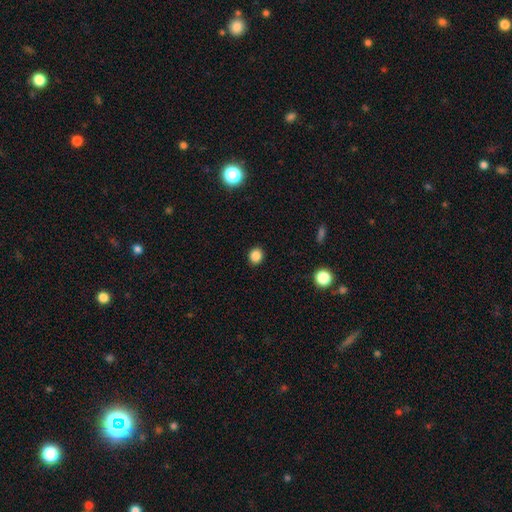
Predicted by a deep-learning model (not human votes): Smooth or featured?
  - smooth: 85% *
  - star or artifact: 11%
  - featured or disk: 3%
How rounded?
  - round: 78% *
  - in between: 21%
  - cigar-shaped: 1%
Merging?
  - none: 91% *
  - minor disturbance: 6%
  - major disturbance: 2%
  - merger: 1%